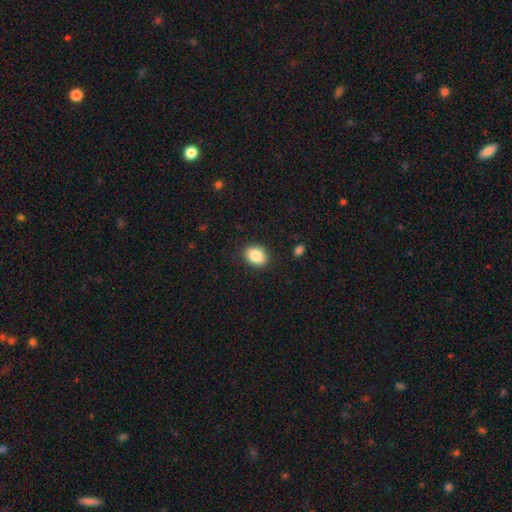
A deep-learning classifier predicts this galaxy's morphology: The model was most divided on "how rounded": in between: 70%, round: 29%, cigar-shaped: 1%. More confident: merging — none (88%); smooth or featured — smooth (86%).